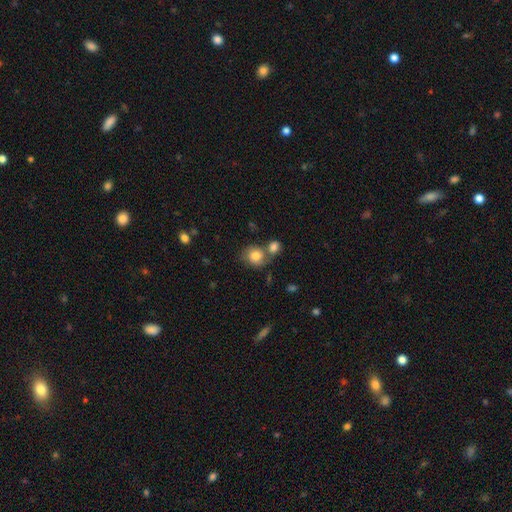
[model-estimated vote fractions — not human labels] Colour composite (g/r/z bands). It shows a smooth galaxy with no disk features (74%) that is round (74%). Merging: none (41%).